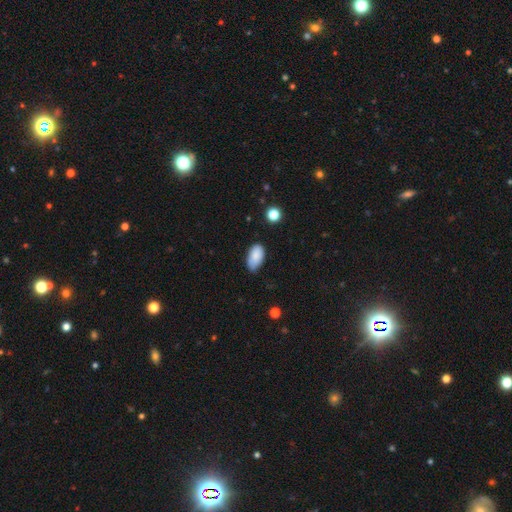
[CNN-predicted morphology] Smooth or featured? Predicted: smooth (p=0.84). How rounded? Predicted: in between (p=0.94). Merging? Predicted: none (p=0.62).